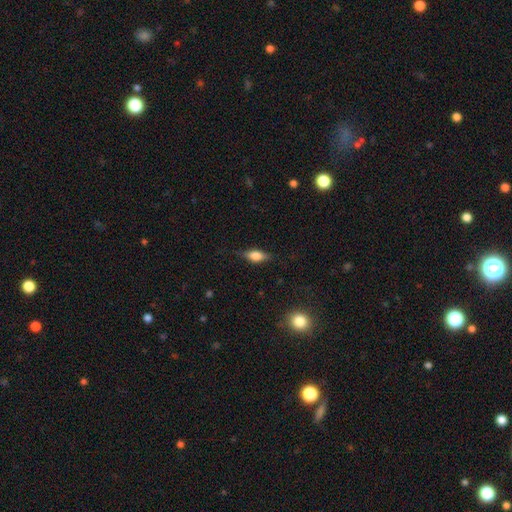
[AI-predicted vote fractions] smooth 61%, featured or disk 31%, star or artifact 9%. Down the decision tree: how rounded — in between (74%); merging — none (77%).